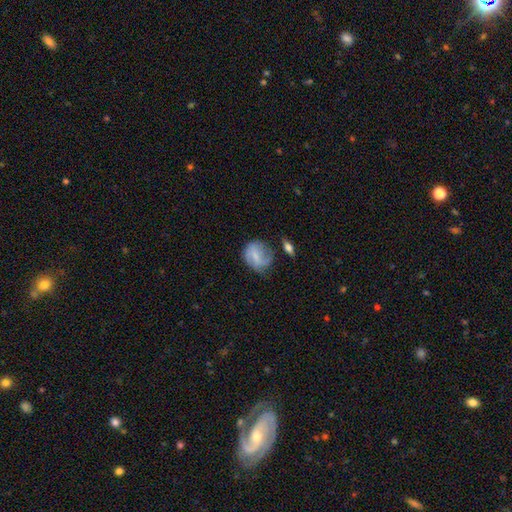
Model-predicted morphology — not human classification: Smooth or featured: smooth — 49% (featured or disk — 43%)
Merging: none — 53% (minor disturbance — 28%)